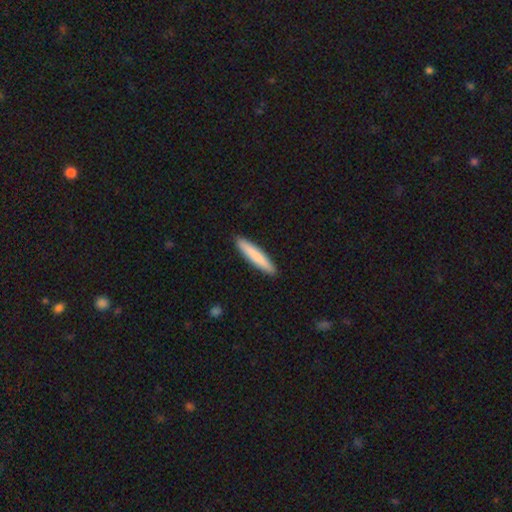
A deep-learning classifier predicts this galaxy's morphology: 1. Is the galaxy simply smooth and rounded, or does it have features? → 82% smooth, 13% featured or disk, 5% star or artifact.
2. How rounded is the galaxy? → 93% cigar-shaped, 6% in between, 1% round.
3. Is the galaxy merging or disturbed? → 92% none, 6% minor disturbance, 1% major disturbance, 1% merger.